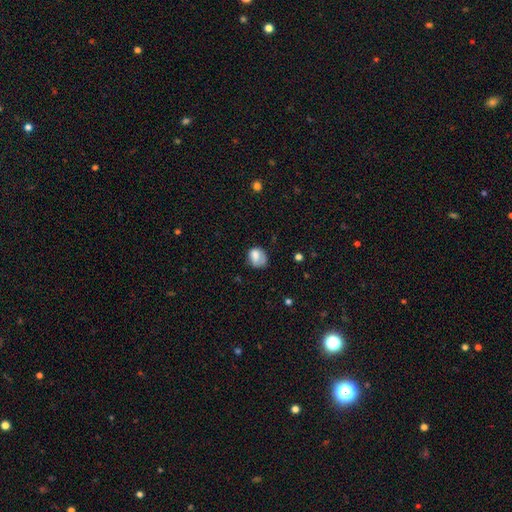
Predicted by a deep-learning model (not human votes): Morphology: type=smooth (74%); roundness=round (51%); merging=none (48%).